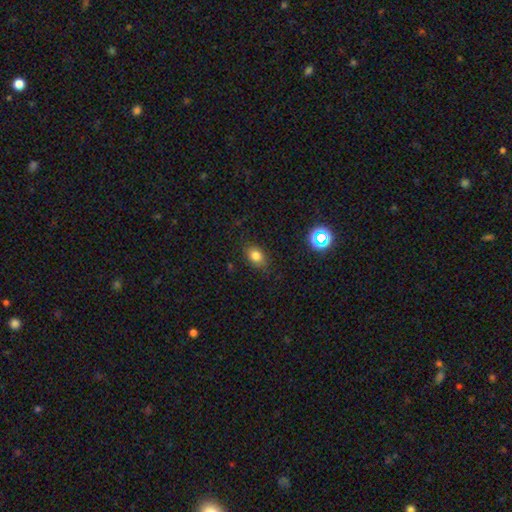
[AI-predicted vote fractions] smooth 79%, star or artifact 13%, featured or disk 8%. Down the decision tree: how rounded — in between (69%); merging — none (81%).